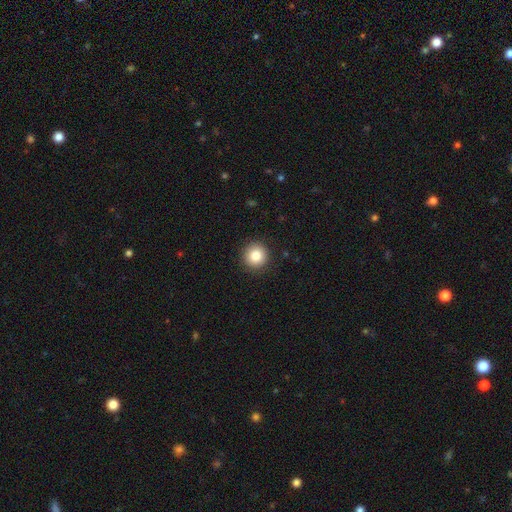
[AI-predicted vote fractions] smooth-or-featured: smooth: 84% | star or artifact: 10% | featured or disk: 6%
  how-rounded: round: 95% | in between: 4% | cigar-shaped: 1%
  merging: none: 92% | minor disturbance: 5% | major disturbance: 2% | merger: 1%